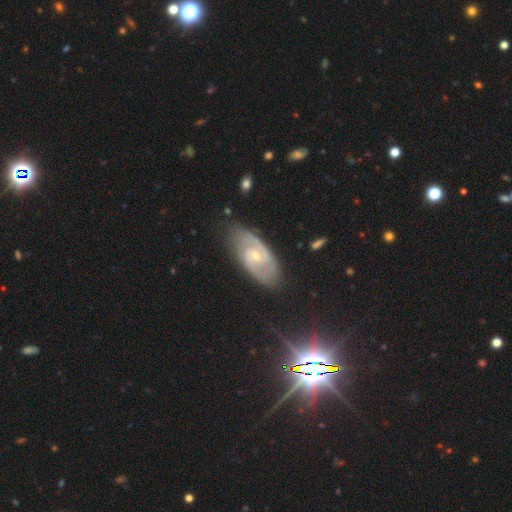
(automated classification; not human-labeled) This is clearly a featured or disk galaxy (84%). It is clearly not viewed edge-on (95%). Bar: possibly no (52%). Spiral arm pattern: clearly yes (95%). Spiral arm count: likely 2 (73%). Spiral winding: possibly tight (47%). Central bulge: likely small (63%). Merging: likely none (77%).